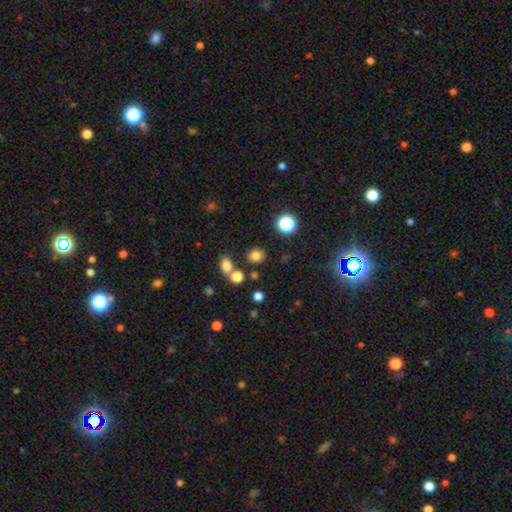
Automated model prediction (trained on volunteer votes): A smooth galaxy with no disk features (78%) that is round (78%). Merging: none (82%).